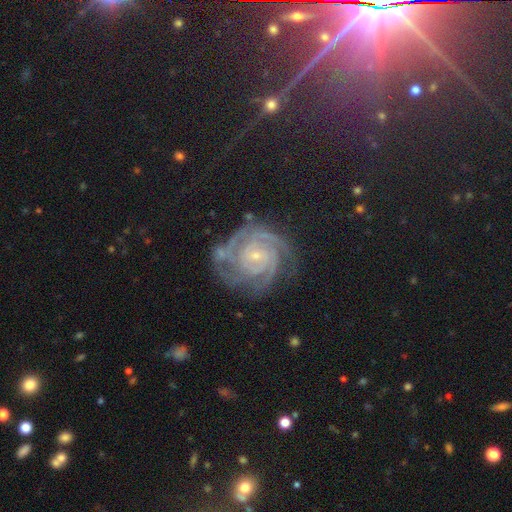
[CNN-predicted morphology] Smooth or featured? Predicted: featured or disk (p=0.86). Edge-on disk? Predicted: no (p=0.98). Bar? Predicted: no (p=0.61). Spiral arms? Predicted: yes (p=0.98). Spiral winding? Predicted: tight (p=0.79). Spiral arm count? Predicted: 3 (p=0.31). Bulge size? Predicted: small (p=0.82). Merging? Predicted: none (p=0.68).